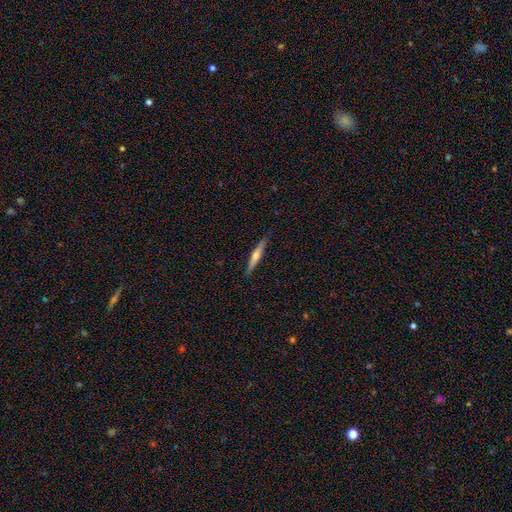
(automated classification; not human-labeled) smooth_or_featured: featured or disk (p=0.59) [alt: smooth p=0.35]
disk_edge_on: yes (p=0.97) [alt: no p=0.03]
edge_on_bulge: rounded (p=0.82) [alt: none p=0.12]
merging: none (p=0.88) [alt: minor disturbance p=0.09]